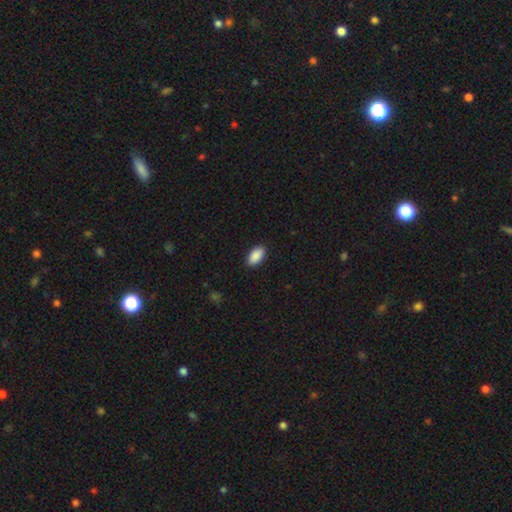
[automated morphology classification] A smooth galaxy with no disk features (90%) that is in between round and cigar-shaped (94%). Merging: none (90%).